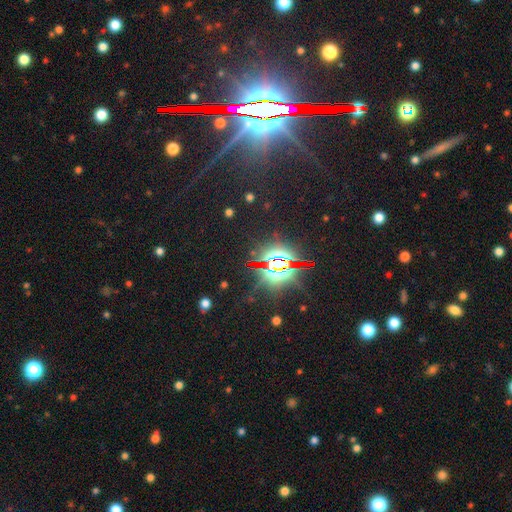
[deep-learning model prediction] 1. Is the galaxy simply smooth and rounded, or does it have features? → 85% star or artifact, 8% featured or disk, 7% smooth.